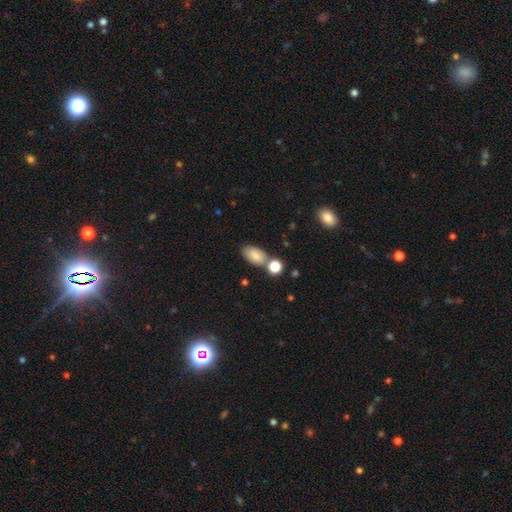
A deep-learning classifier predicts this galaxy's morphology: smooth_or_featured: smooth (p=0.84) [alt: star or artifact p=0.08]
how_rounded: in between (p=0.92) [alt: round p=0.06]
merging: none (p=0.61) [alt: merger p=0.20]